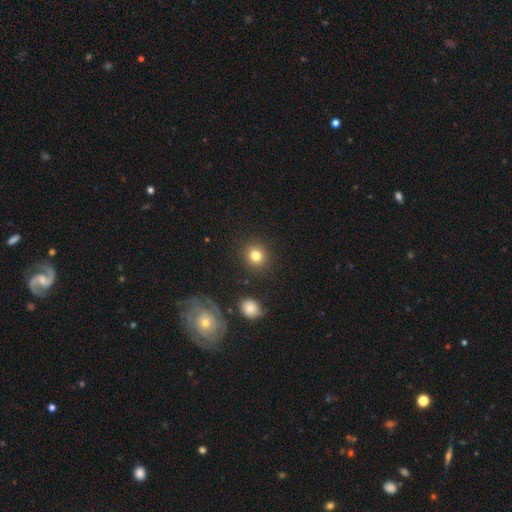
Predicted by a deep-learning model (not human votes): A smooth galaxy with no disk features (81%) that is round (89%). Merging: none (89%).